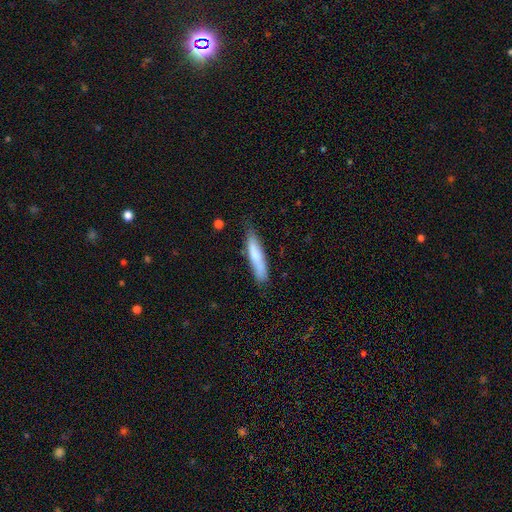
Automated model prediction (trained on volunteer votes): This is likely a smooth galaxy (76%). How rounded: clearly cigar-shaped (84%). Merging: likely none (73%).